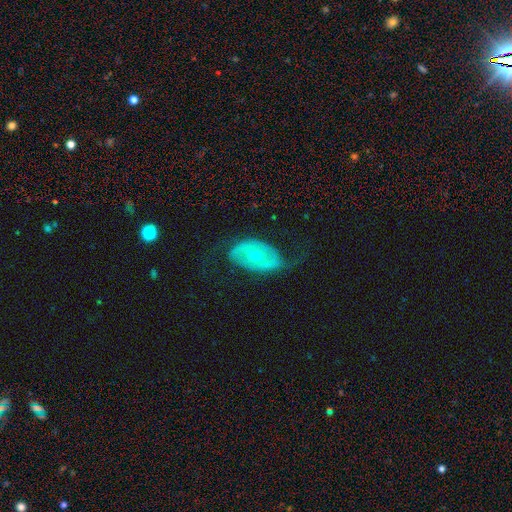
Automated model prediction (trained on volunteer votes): Overall: featured or disk (77%). Edge-on disk: no (94%). Bar: no (50%; weak 31%). Spiral arms: yes (79%). Spiral arm count: 2 (83%). Spiral winding: loose (41%; medium 39%). Bulge size: small (49%; moderate 48%). Merging: none (59%; minor disturbance 21%).